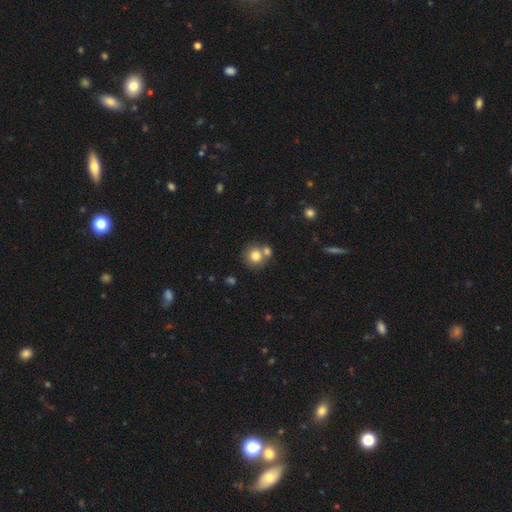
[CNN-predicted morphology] A smooth galaxy with no disk features (79%) that is round (89%). Merging: none (56%).